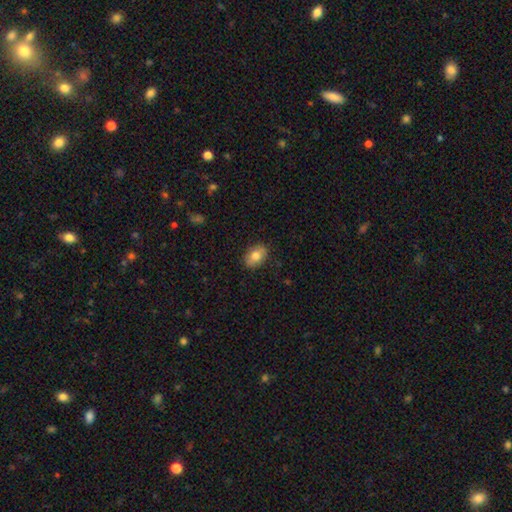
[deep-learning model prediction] smooth-or-featured: smooth: 77% | featured or disk: 15% | star or artifact: 8%
  how-rounded: in between: 82% | round: 17% | cigar-shaped: 2%
  merging: none: 86% | minor disturbance: 11% | major disturbance: 2% | merger: 1%